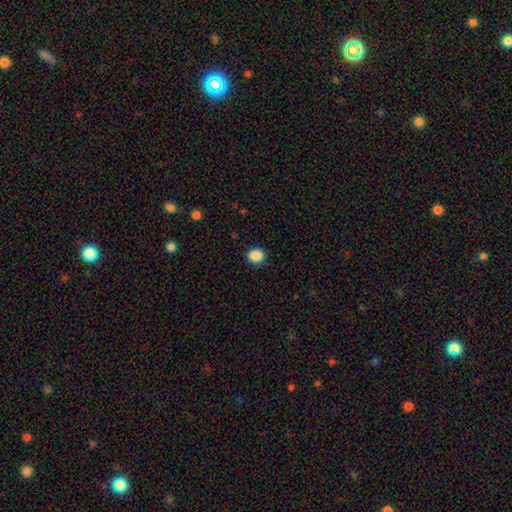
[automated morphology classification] smooth 89%, star or artifact 9%, featured or disk 2%. Down the decision tree: how rounded — round (71%); merging — none (91%).